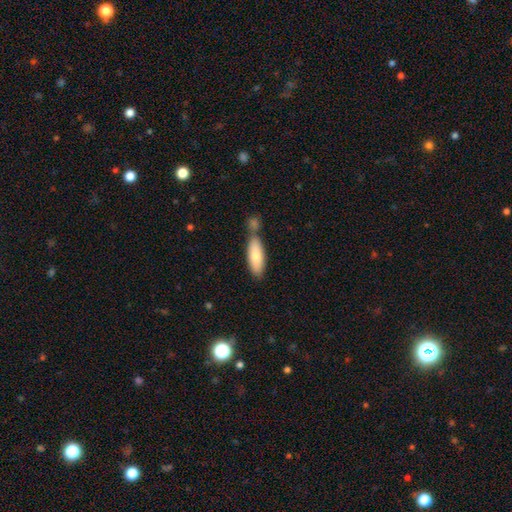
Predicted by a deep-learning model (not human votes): Q: Smooth or featured?
A: smooth (79%); runner-up: featured or disk (15%)
Q: How rounded?
A: in between (66%); runner-up: cigar-shaped (32%)
Q: Merging?
A: none (53%); runner-up: merger (29%)